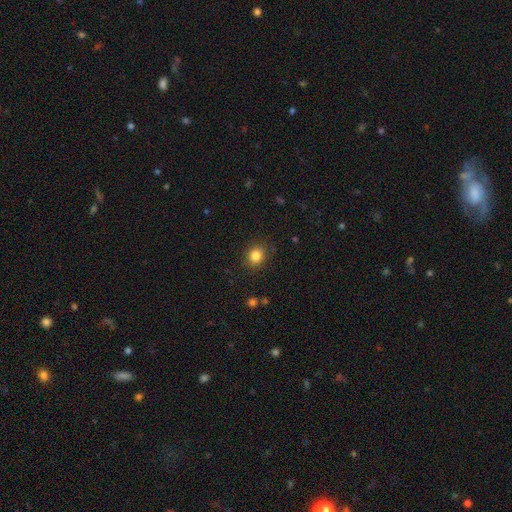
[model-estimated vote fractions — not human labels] Q: Smooth or featured?
A: smooth (84%); runner-up: star or artifact (11%)
Q: How rounded?
A: round (77%); runner-up: in between (22%)
Q: Merging?
A: none (87%); runner-up: minor disturbance (9%)